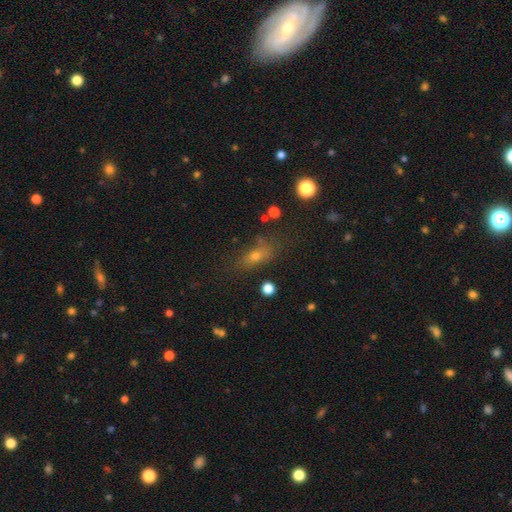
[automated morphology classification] Smooth or featured? Predicted: smooth (p=0.61). How rounded? Predicted: in between (p=0.61). Merging? Predicted: none (p=0.66).